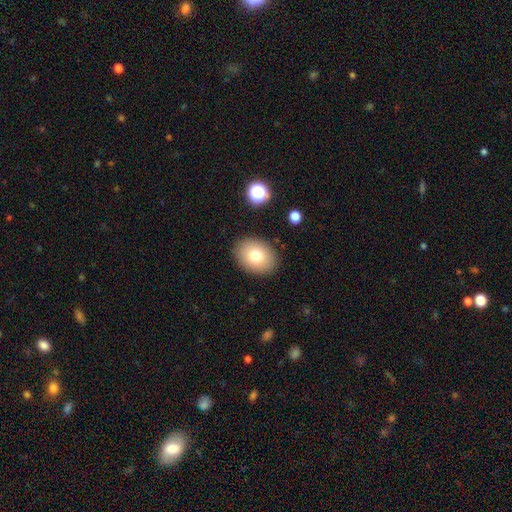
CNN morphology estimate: The model was most divided on "how rounded": in between: 67%, round: 32%, cigar-shaped: 1%. More confident: merging — none (87%); smooth or featured — smooth (77%).